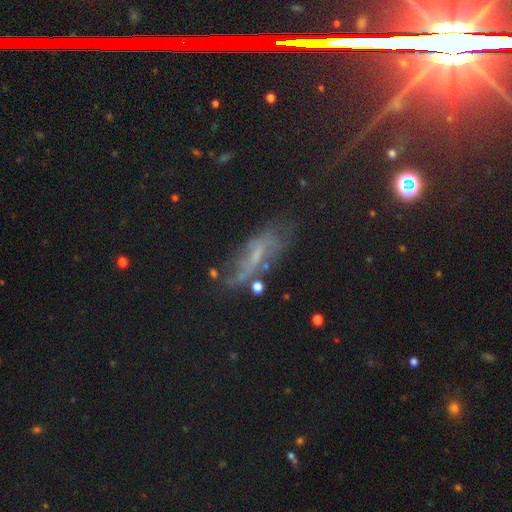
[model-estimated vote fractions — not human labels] Smooth or featured? Predicted: featured or disk (p=0.52). Edge-on disk? Predicted: no (p=0.75). Merging? Predicted: none (p=0.58).